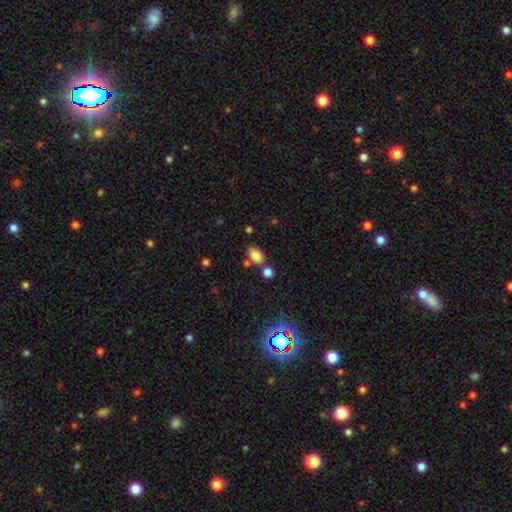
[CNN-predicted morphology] type=smooth (82%); roundness=in between (87%); merging=none (68%).